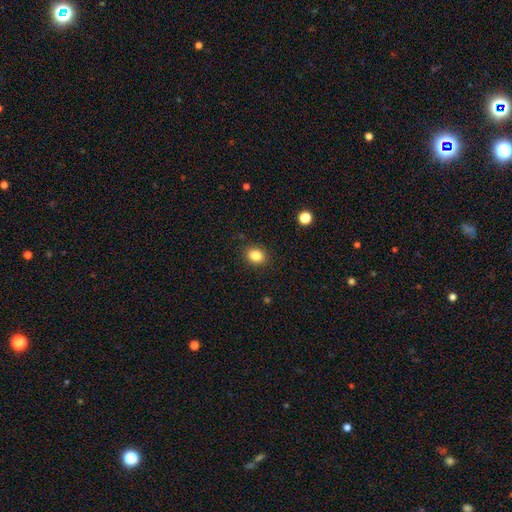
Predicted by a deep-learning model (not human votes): smooth 85%, star or artifact 10%, featured or disk 5%. Down the decision tree: how rounded — in between (50%); merging — none (88%).